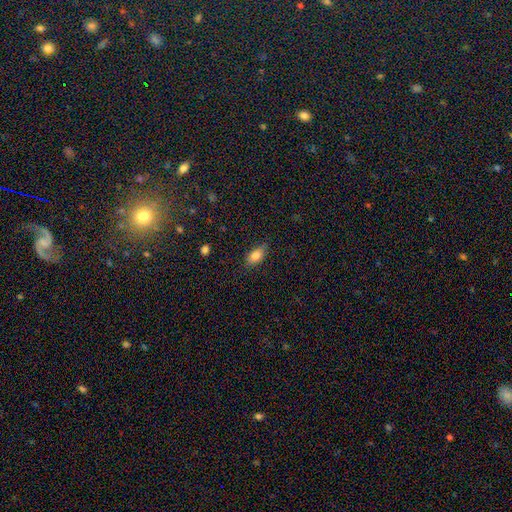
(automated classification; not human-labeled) Overall: smooth (82%). How rounded: in between (87%). Merging: none (83%).